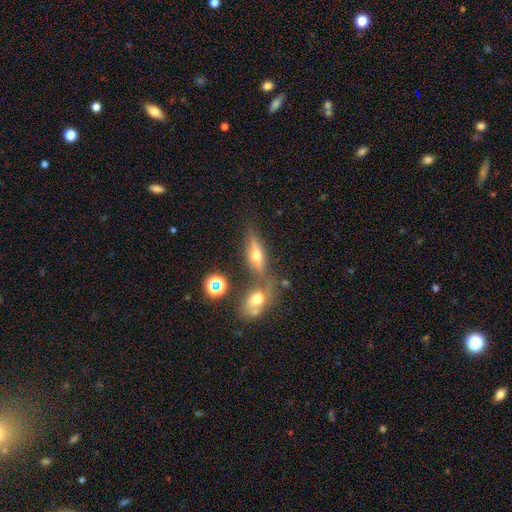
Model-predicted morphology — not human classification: This is possibly a featured or disk galaxy (50%). Merging: possibly none (59%).